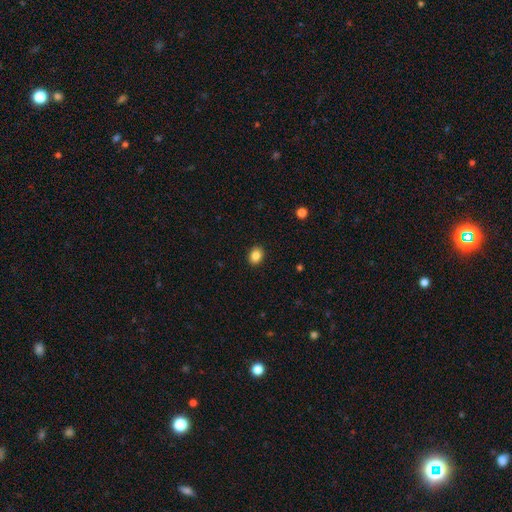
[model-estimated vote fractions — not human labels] smooth 86%, star or artifact 9%, featured or disk 5%. Down the decision tree: how rounded — in between (59%); merging — none (90%).